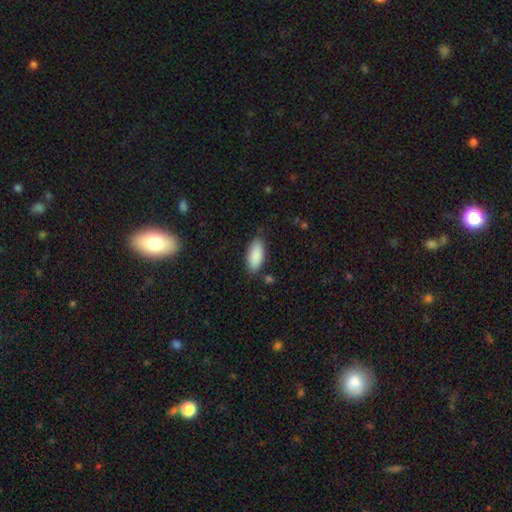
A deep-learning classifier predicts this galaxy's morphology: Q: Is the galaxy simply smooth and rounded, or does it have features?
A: smooth — 90%.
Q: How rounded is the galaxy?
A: in between — 89%.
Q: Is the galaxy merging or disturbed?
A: none — 81%.